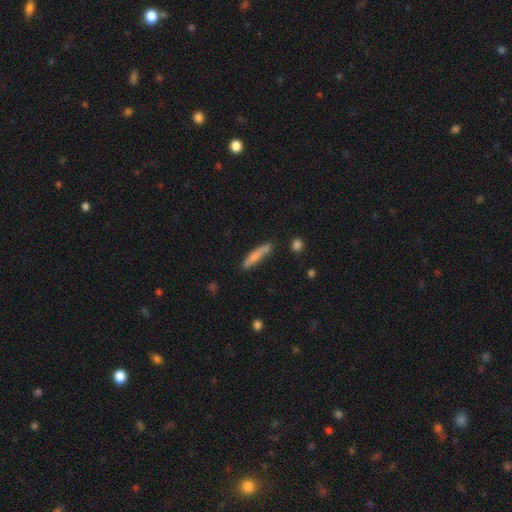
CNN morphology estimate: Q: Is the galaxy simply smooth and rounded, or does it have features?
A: smooth — 74%.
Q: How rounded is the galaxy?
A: cigar-shaped — 89%.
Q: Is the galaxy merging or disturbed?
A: none — 76%.